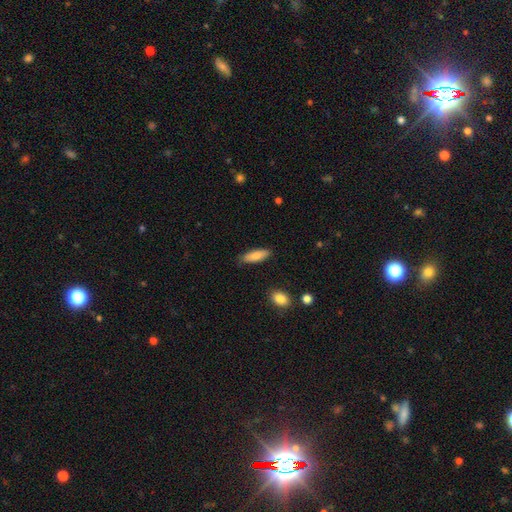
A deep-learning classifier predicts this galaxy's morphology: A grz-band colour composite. It shows a smooth galaxy with no disk features (84%) that is in between round and cigar-shaped (52%). Merging: none (85%).